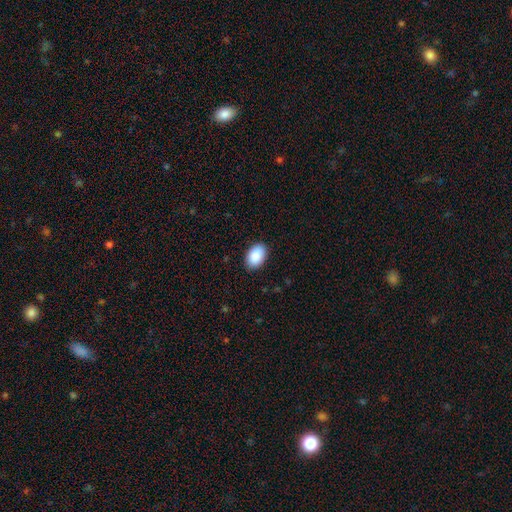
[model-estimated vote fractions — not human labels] This appears to be a smooth galaxy with no disk features (90%) that is in between round and cigar-shaped (90%). Merging: none (88%).